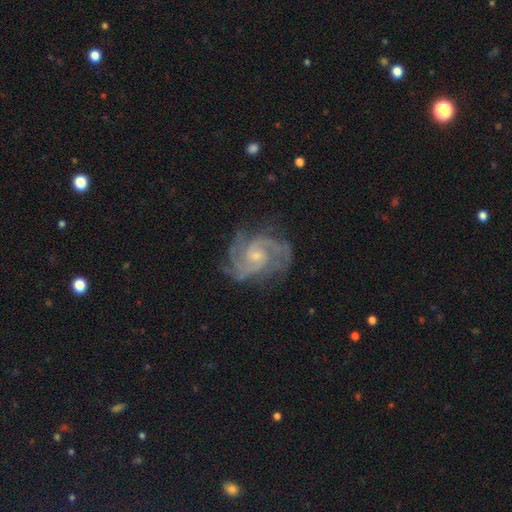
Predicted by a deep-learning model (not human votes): The model was most divided on "spiral winding": medium: 46%, tight: 45%, loose: 9%. Remaining: edge-on disk — no (98%); spiral arms — yes (98%); smooth or featured — featured or disk (90%); merging — none (73%); bulge size — small (62%); bar — no (59%); spiral arm count — 2 (40%).